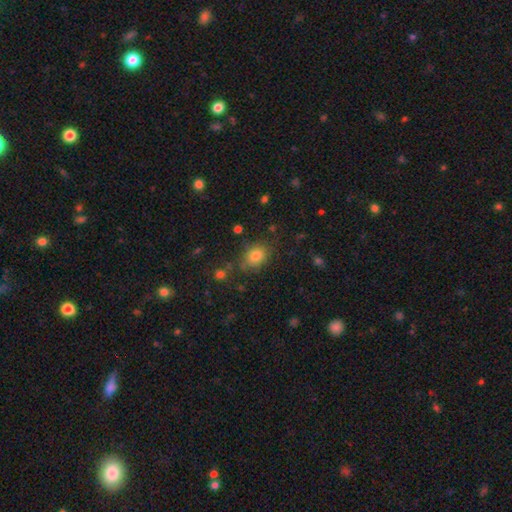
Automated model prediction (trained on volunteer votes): Q: Smooth or featured?
A: smooth (79%); runner-up: star or artifact (13%)
Q: How rounded?
A: in between (57%); runner-up: round (42%)
Q: Merging?
A: none (76%); runner-up: minor disturbance (16%)